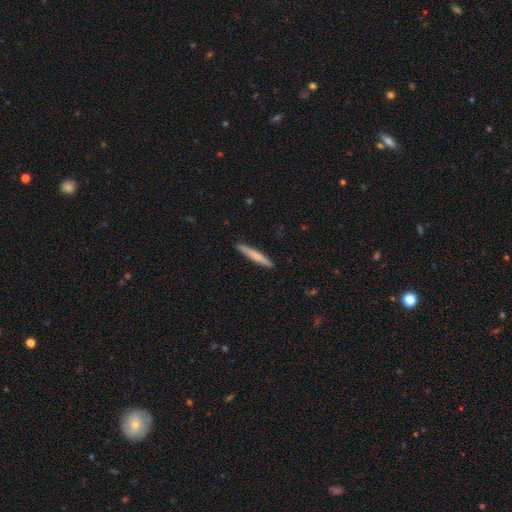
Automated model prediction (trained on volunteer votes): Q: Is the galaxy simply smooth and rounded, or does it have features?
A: smooth — 69%.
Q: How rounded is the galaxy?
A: cigar-shaped — 95%.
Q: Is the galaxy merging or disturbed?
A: none — 91%.